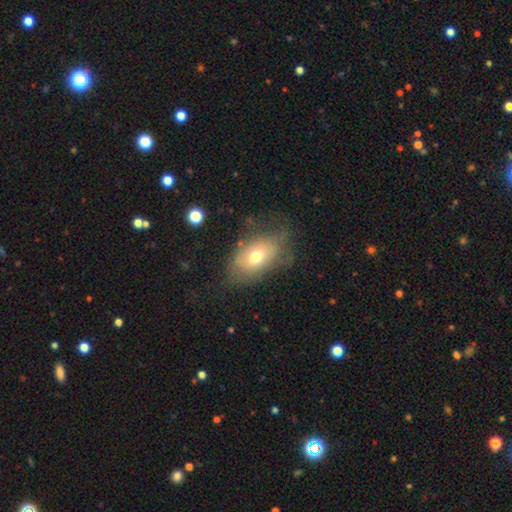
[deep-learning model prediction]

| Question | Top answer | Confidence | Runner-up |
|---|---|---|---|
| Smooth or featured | smooth | 65% | featured or disk (25%) |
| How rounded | in between | 87% | round (12%) |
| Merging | none | 60% | minor disturbance (25%) |